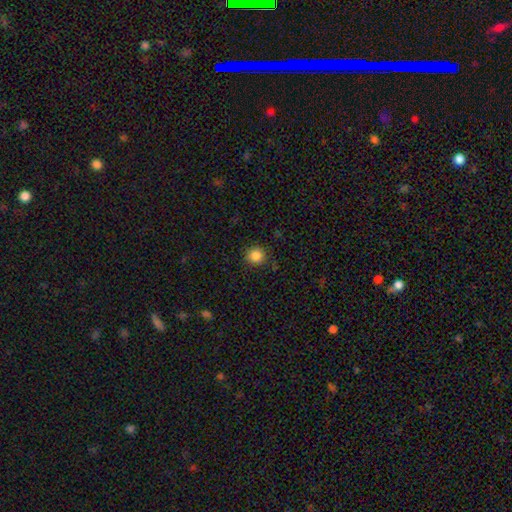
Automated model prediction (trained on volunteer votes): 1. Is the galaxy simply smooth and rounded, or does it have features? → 86% smooth, 11% star or artifact, 4% featured or disk.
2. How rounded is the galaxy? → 92% round, 7% in between, 1% cigar-shaped.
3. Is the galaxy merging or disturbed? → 88% none, 9% minor disturbance, 3% major disturbance, 1% merger.